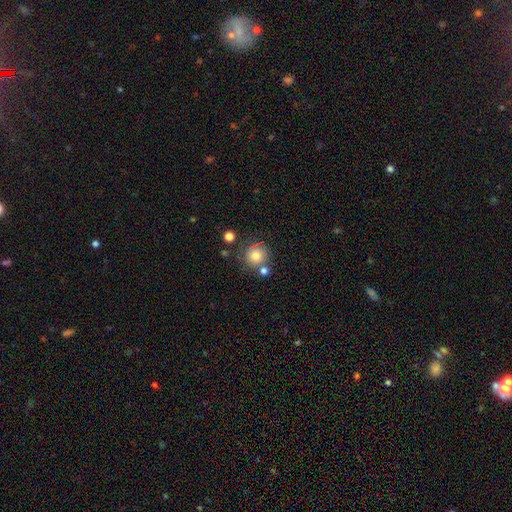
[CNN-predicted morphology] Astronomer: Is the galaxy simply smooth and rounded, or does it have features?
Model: smooth — 75%.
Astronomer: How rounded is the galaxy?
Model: round — 91%.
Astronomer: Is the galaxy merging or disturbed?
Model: none — 68%.